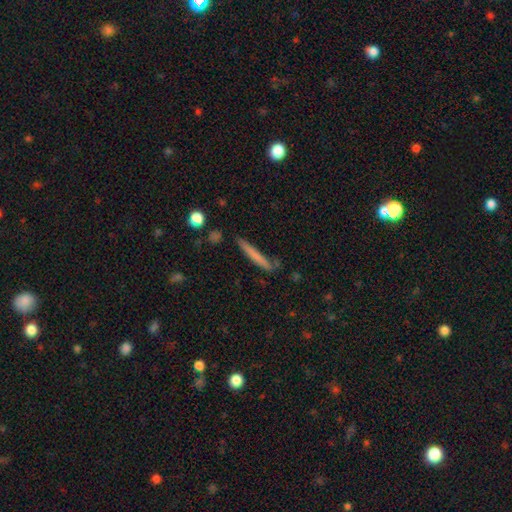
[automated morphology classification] Q: Smooth or featured?
A: smooth (67%); runner-up: featured or disk (26%)
Q: How rounded?
A: cigar-shaped (96%); runner-up: in between (3%)
Q: Merging?
A: none (78%); runner-up: minor disturbance (15%)